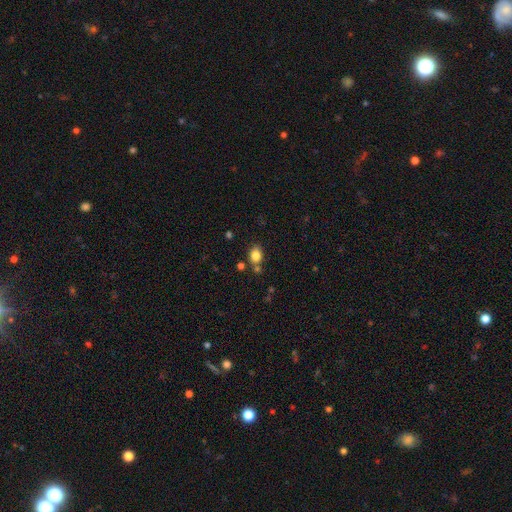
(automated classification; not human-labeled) smooth 82%, star or artifact 11%, featured or disk 7%. Down the decision tree: how rounded — in between (62%); merging — none (73%).